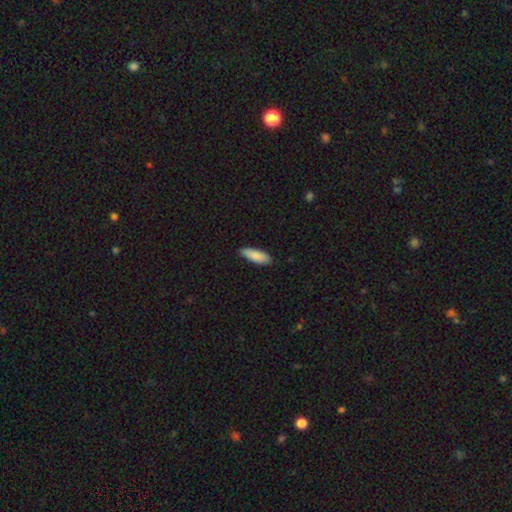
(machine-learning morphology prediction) Smooth or featured? Predicted: smooth (p=0.88). How rounded? Predicted: in between (p=0.56). Merging? Predicted: none (p=0.87).